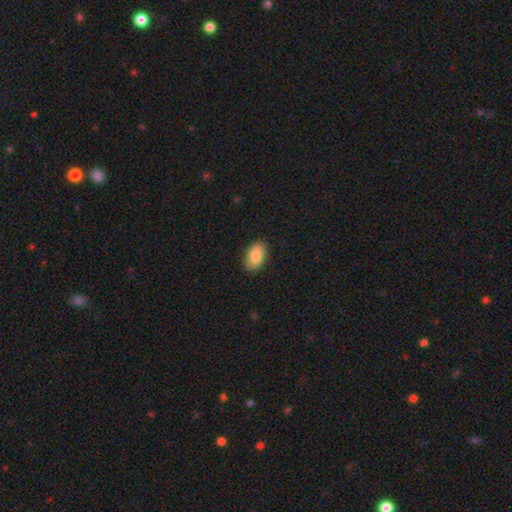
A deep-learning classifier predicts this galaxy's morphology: Q: Smooth or featured?
A: smooth (86%); runner-up: featured or disk (8%)
Q: How rounded?
A: in between (93%); runner-up: round (5%)
Q: Merging?
A: none (87%); runner-up: minor disturbance (10%)